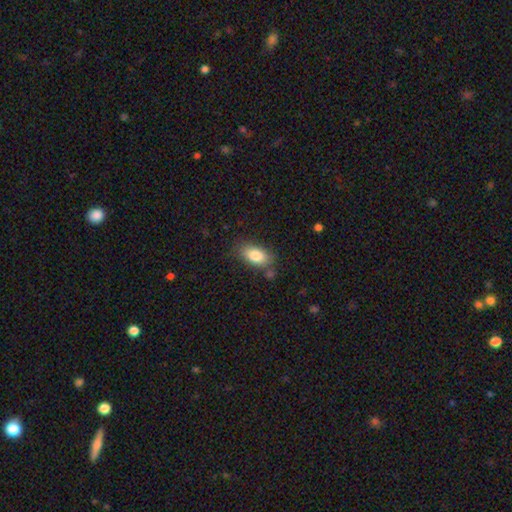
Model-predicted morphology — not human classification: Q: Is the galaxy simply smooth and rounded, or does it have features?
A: smooth — 83%.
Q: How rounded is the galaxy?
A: in between — 90%.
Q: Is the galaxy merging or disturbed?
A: none — 75%.